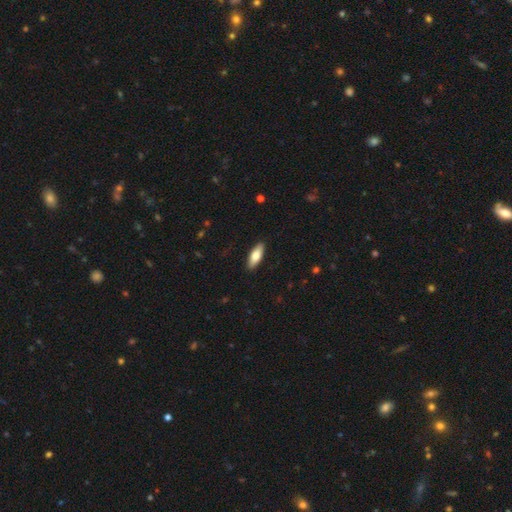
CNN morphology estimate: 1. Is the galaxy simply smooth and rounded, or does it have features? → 78% smooth, 17% featured or disk, 5% star or artifact.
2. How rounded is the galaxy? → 67% in between, 31% cigar-shaped, 2% round.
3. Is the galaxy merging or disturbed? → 89% none, 8% minor disturbance, 2% major disturbance, 1% merger.